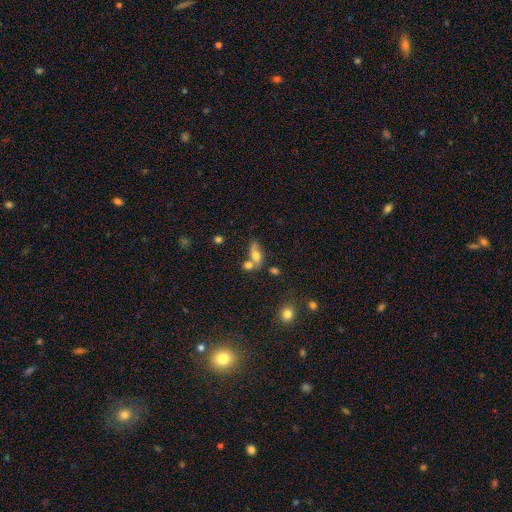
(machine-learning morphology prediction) A smooth galaxy with no disk features (64%) that is in between round and cigar-shaped (76%).

Vote fractions:
- Smooth or featured? smooth: 64% / featured or disk: 25% / star or artifact: 11%
- How rounded? in between: 76% / round: 15% / cigar-shaped: 9%
- Merging? merger: 42% / none: 34% / minor disturbance: 15% / major disturbance: 9%